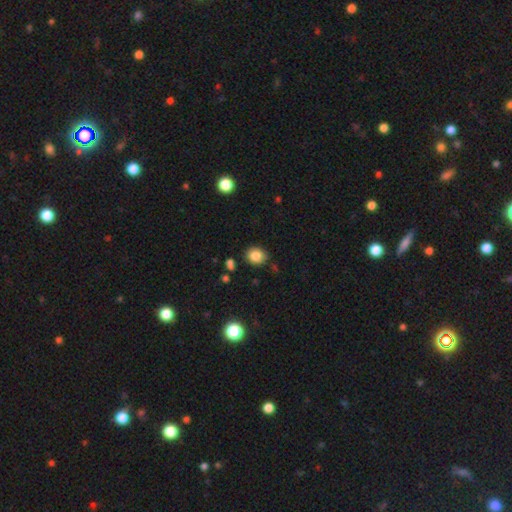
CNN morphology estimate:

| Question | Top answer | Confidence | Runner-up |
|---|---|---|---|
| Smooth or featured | smooth | 83% | star or artifact (10%) |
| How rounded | round | 66% | in between (33%) |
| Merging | none | 84% | minor disturbance (11%) |